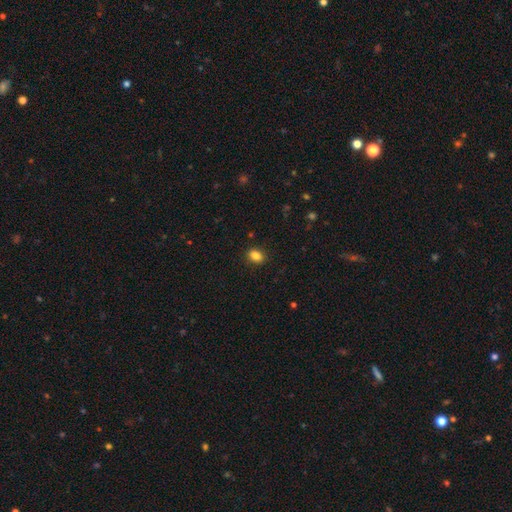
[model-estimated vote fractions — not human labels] This appears to be a smooth galaxy with no disk features (86%) that is in between round and cigar-shaped (73%). Merging: none (88%).